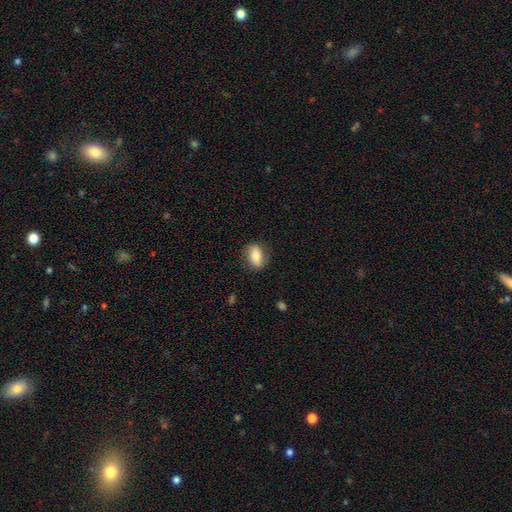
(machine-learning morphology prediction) Smooth or featured?
  - smooth: 70% *
  - featured or disk: 23%
  - star or artifact: 7%
How rounded?
  - in between: 77% *
  - round: 18%
  - cigar-shaped: 4%
Merging?
  - none: 80% *
  - minor disturbance: 15%
  - major disturbance: 4%
  - merger: 1%